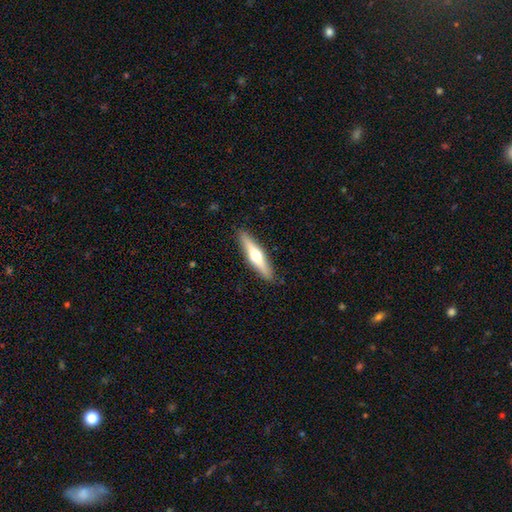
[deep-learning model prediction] A featured or disk galaxy (58%) viewed edge-on (95%) with a rounded central bulge (93%).

Vote fractions:
- Smooth or featured? featured or disk: 58% / smooth: 37% / star or artifact: 5%
- Edge-on disk? yes: 95% / no: 5%
- Edge-on bulge? rounded: 93% / none: 4% / boxy: 3%
- Merging? none: 90% / minor disturbance: 8% / major disturbance: 2% / merger: 1%